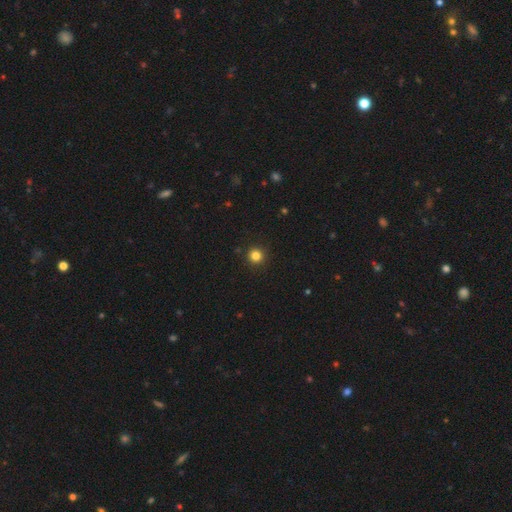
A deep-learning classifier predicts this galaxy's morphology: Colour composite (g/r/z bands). It shows a smooth galaxy with no disk features (83%) that is round (96%). Merging: none (93%).